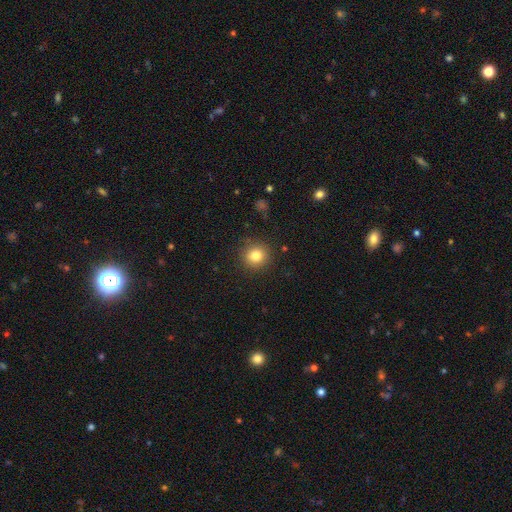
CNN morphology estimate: This is clearly a smooth galaxy (81%). How rounded: clearly round (92%). Merging: clearly none (89%).